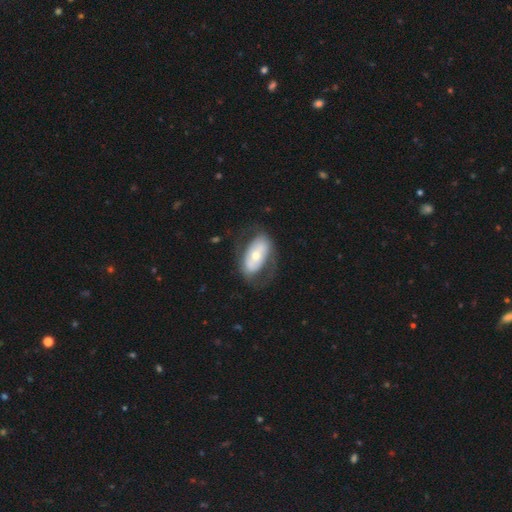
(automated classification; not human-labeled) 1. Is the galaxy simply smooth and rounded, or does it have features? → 54% featured or disk, 41% smooth, 5% star or artifact.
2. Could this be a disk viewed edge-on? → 89% no, 11% yes.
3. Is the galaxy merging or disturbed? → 61% none, 19% minor disturbance, 19% major disturbance, 2% merger.